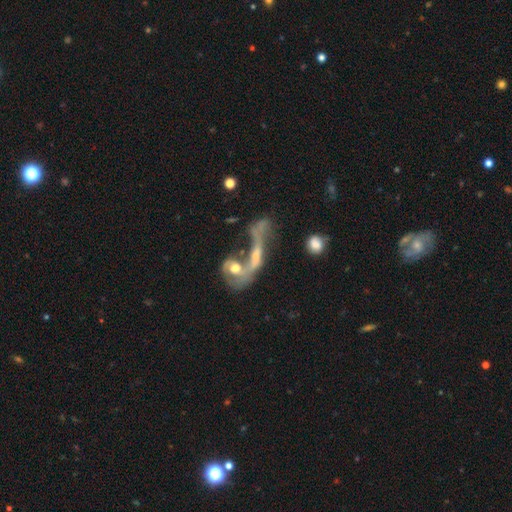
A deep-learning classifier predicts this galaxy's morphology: Smooth or featured? featured or disk (57%)
Edge-on disk? no (81%)
Merging? merger (57%)